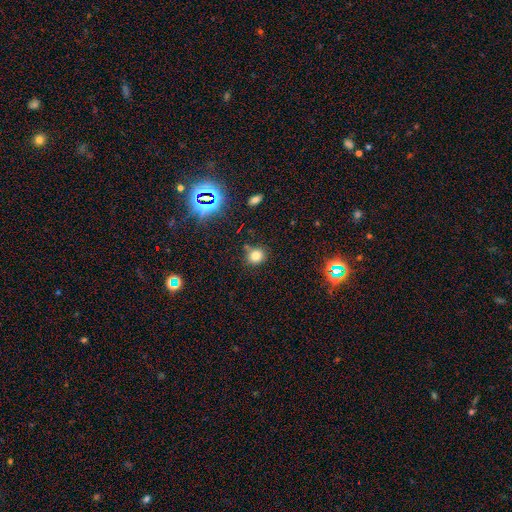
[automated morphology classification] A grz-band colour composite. It shows a smooth galaxy with no disk features (76%) that is round (80%). Merging: none (78%).